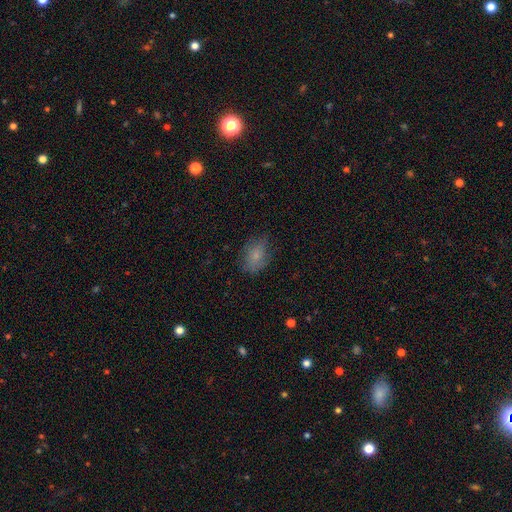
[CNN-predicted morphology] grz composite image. It shows a smooth galaxy with no disk features (77%) that is in between round and cigar-shaped (79%). Merging: none (69%).